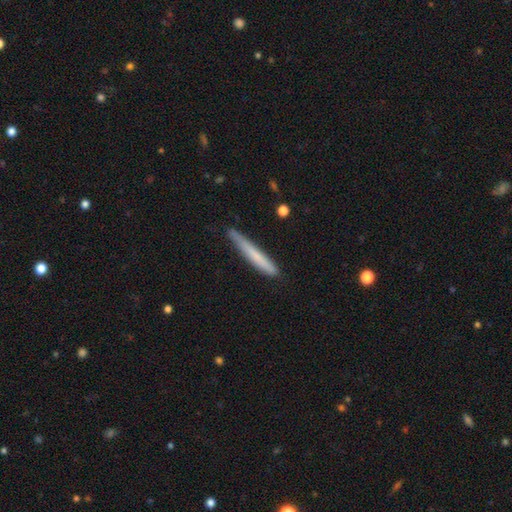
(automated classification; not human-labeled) Smooth or featured?
  - smooth: 68% *
  - featured or disk: 26%
  - star or artifact: 6%
How rounded?
  - cigar-shaped: 96% *
  - in between: 3%
  - round: 1%
Merging?
  - none: 79% *
  - minor disturbance: 16%
  - major disturbance: 2%
  - merger: 2%